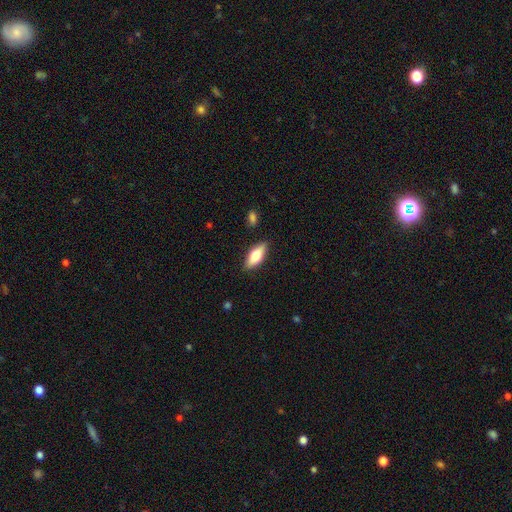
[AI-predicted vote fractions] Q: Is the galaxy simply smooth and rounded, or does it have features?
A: smooth — 65%.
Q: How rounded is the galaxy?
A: in between — 72%.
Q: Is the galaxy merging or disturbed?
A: none — 85%.